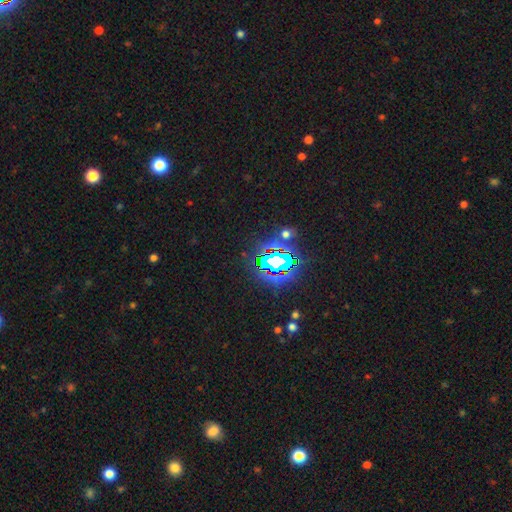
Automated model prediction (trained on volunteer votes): Overall: star or artifact (83%).